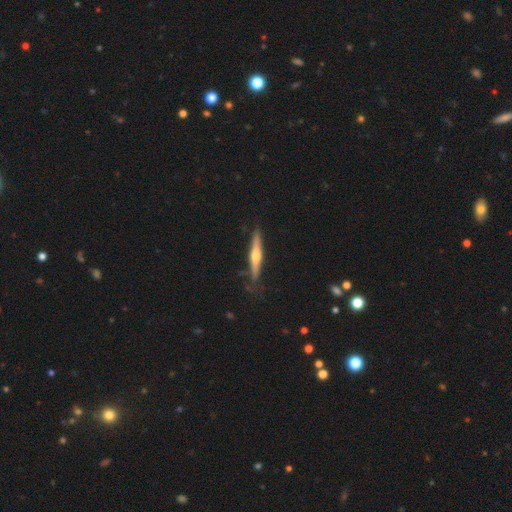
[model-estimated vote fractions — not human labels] A featured or disk galaxy (63%) viewed edge-on (97%) with a rounded central bulge (90%).

Vote fractions:
- Smooth or featured? featured or disk: 63% / smooth: 32% / star or artifact: 5%
- Edge-on disk? yes: 97% / no: 3%
- Edge-on bulge? rounded: 90% / none: 6% / boxy: 4%
- Merging? none: 83% / minor disturbance: 13% / major disturbance: 2% / merger: 2%